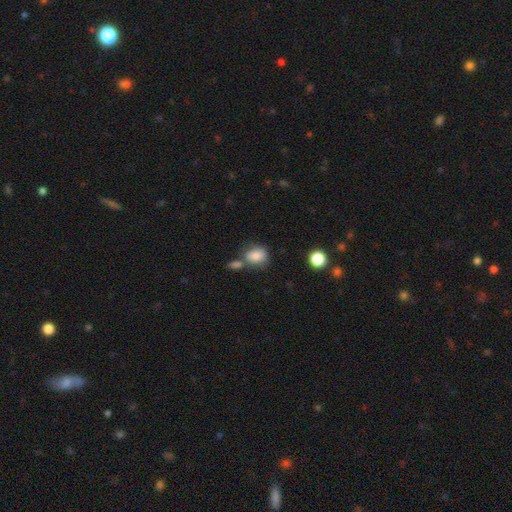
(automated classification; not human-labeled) smooth 83%, star or artifact 9%, featured or disk 8%. Down the decision tree: how rounded — round (50%); merging — none (48%).